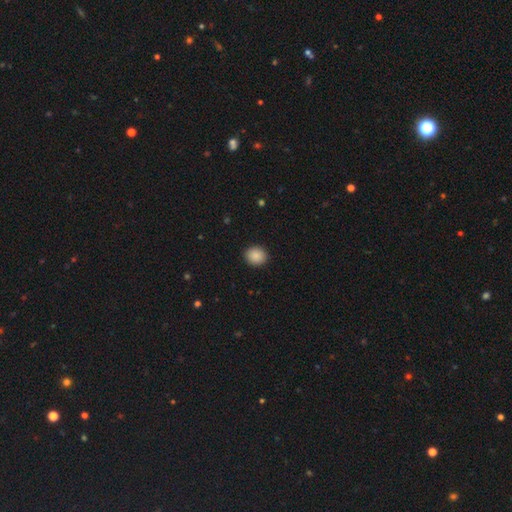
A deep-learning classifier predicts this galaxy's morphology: This appears to be a smooth galaxy with no disk features (89%) that is round (73%). Merging: none (92%).